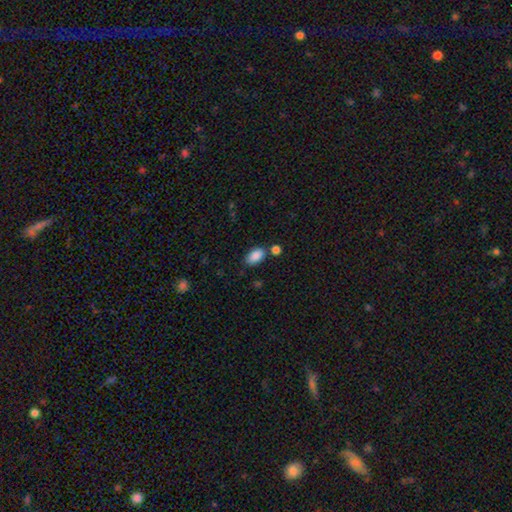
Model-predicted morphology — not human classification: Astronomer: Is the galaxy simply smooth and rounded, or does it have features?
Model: smooth — 88%.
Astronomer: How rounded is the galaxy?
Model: in between — 93%.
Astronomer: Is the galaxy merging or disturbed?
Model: none — 72%.